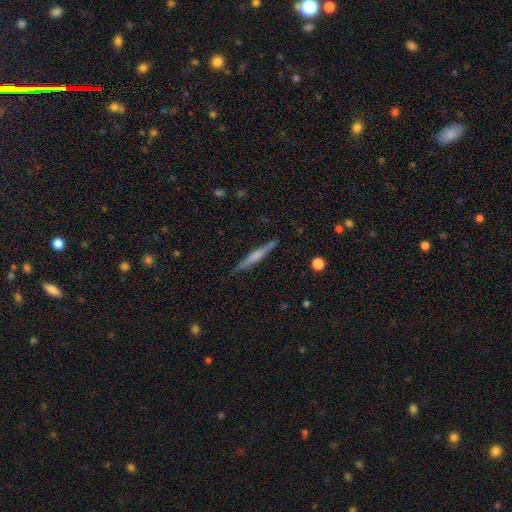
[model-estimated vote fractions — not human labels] Smooth or featured? Predicted: featured or disk (p=0.58). Edge-on disk? Predicted: yes (p=0.97). Edge-on bulge? Predicted: rounded (p=0.40). Merging? Predicted: none (p=0.87).